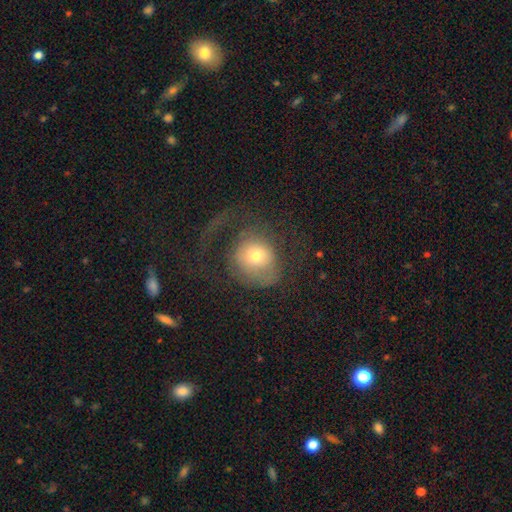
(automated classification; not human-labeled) Smooth or featured? Predicted: smooth (p=0.56). How rounded? Predicted: round (p=0.80). Merging? Predicted: major disturbance (p=0.50).